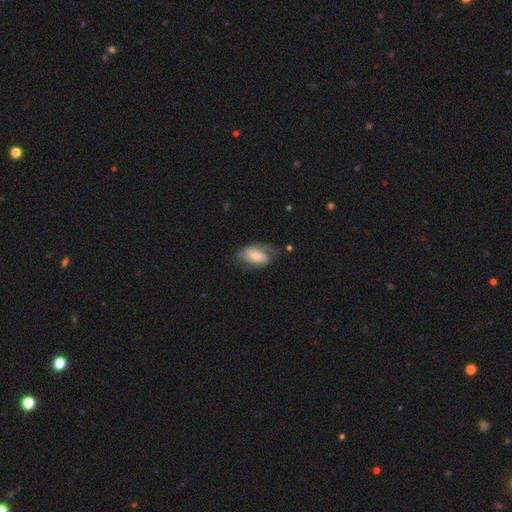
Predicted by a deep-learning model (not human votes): This appears to be a featured or disk galaxy (57%) with no bar (51%), spiral arms (81%) and a moderate central bulge (49%). Merging: none (56%).